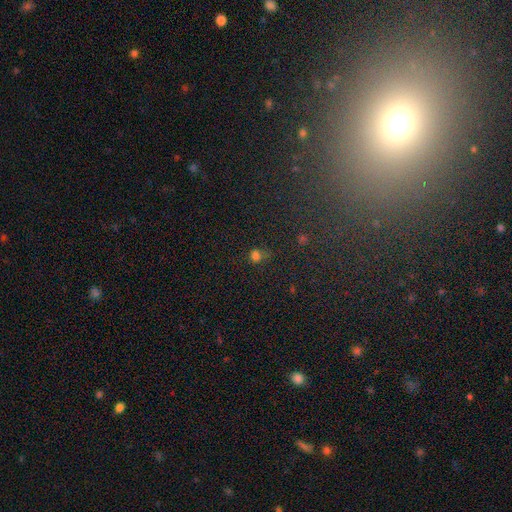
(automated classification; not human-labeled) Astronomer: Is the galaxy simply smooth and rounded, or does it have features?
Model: smooth — 68%.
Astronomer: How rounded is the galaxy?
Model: round — 73%.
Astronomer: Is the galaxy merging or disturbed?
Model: none — 58%.